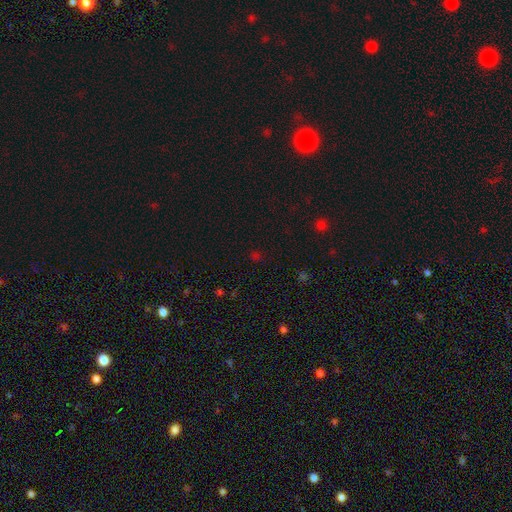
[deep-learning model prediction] This is possibly a star or artifact rather than a galaxy (54%).